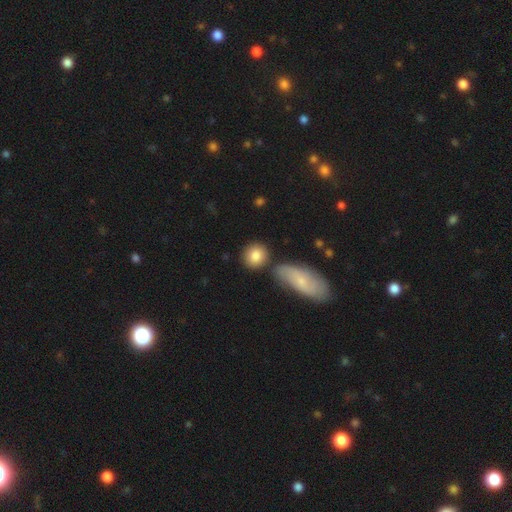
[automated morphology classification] smooth_or_featured: smooth (p=0.84) [alt: featured or disk p=0.09]
how_rounded: round (p=0.77) [alt: in between p=0.20]
merging: none (p=0.73) [alt: merger p=0.13]